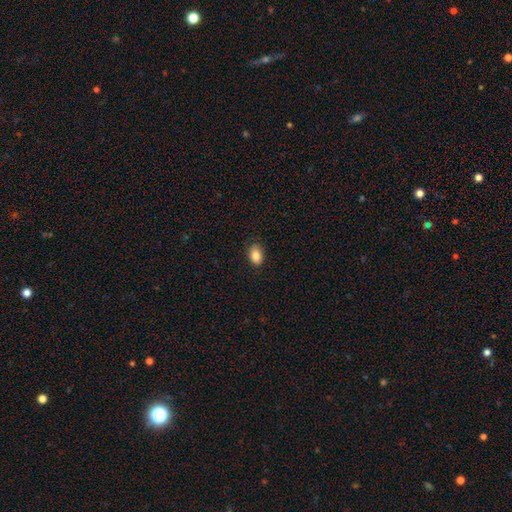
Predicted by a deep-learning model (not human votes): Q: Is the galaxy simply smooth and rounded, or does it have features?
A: smooth — 87%.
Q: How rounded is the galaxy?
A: in between — 85%.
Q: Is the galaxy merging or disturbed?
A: none — 83%.